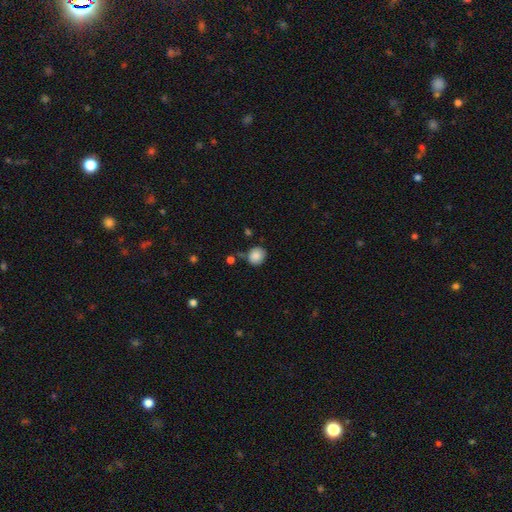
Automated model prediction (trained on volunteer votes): Smooth or featured? Predicted: smooth (p=0.87). How rounded? Predicted: round (p=0.79). Merging? Predicted: none (p=0.75).